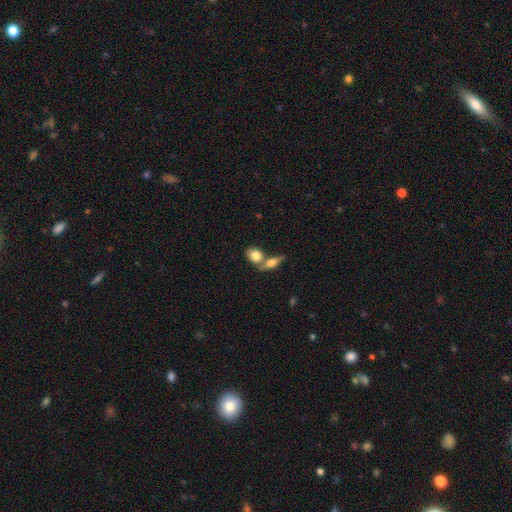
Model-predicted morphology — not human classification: Smooth or featured: smooth — 73% (featured or disk — 20%)
How rounded: in between — 58% (round — 37%)
Merging: none — 45% (merger — 42%)